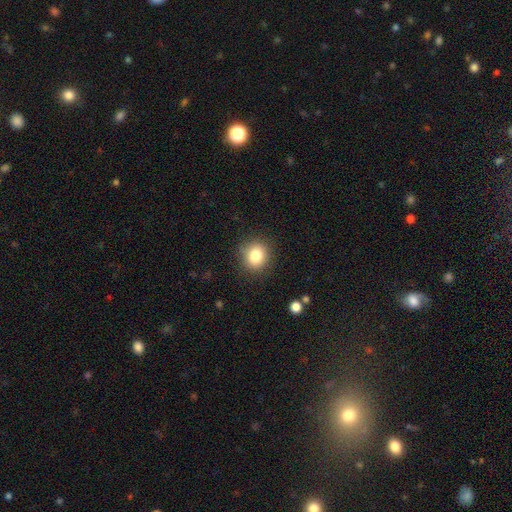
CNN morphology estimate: A smooth galaxy with no disk features (82%) that is round (82%).

Vote fractions:
- Smooth or featured? smooth: 82% / star or artifact: 11% / featured or disk: 7%
- How rounded? round: 82% / in between: 17% / cigar-shaped: 1%
- Merging? none: 87% / minor disturbance: 9% / major disturbance: 3% / merger: 1%